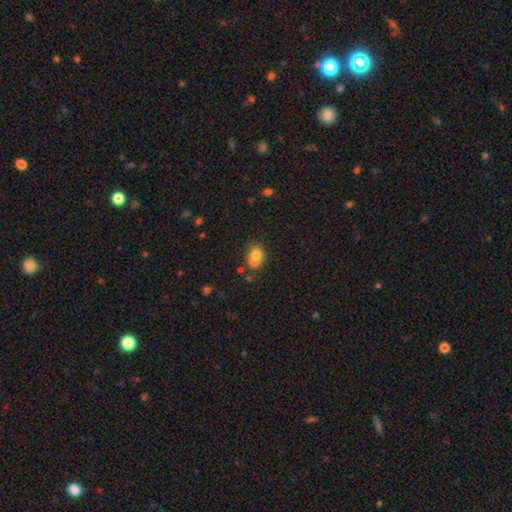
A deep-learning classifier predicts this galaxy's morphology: smooth_or_featured: smooth (p=0.71) [alt: featured or disk p=0.16]
how_rounded: round (p=0.57) [alt: in between p=0.41]
merging: merger (p=0.51) [alt: none p=0.35]